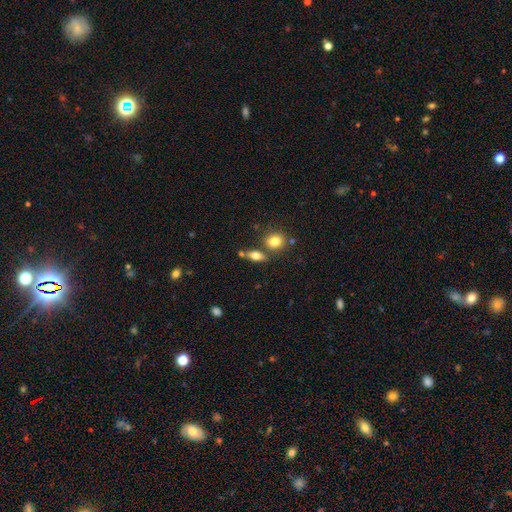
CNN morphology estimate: The model was most divided on "smooth or featured": smooth: 66%, featured or disk: 24%, star or artifact: 10%. More confident: how rounded — in between (69%); merging — none (66%).